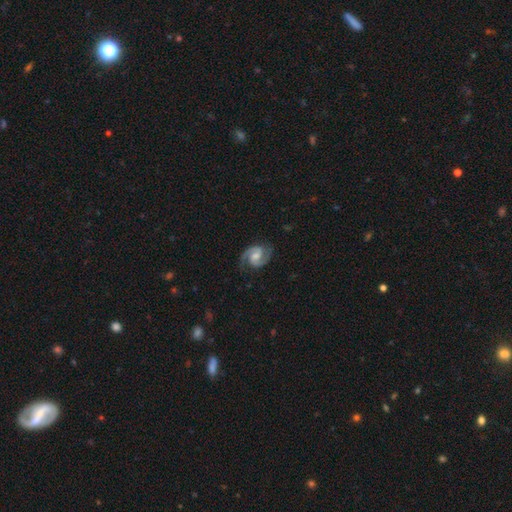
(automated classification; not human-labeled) Smooth or featured?
  - featured or disk: 92% *
  - smooth: 4%
  - star or artifact: 4%
Edge-on disk?
  - no: 98% *
  - yes: 2%
Bar?
  - weak: 49% *
  - no: 36%
  - strong: 14%
Spiral arms?
  - yes: 98% *
  - no: 2%
Spiral winding?
  - medium: 58% *
  - tight: 30%
  - loose: 12%
Spiral arm count?
  - 2: 94% *
  - can't tell: 2%
  - 1: 1%
  - 3: 1%
  - 4: 1%
  - more than 4: 1%
Bulge size?
  - moderate: 55% *
  - small: 30%
  - none: 9%
  - large: 5%
  - dominant: 1%
Merging?
  - none: 83% *
  - minor disturbance: 13%
  - major disturbance: 4%
  - merger: 1%